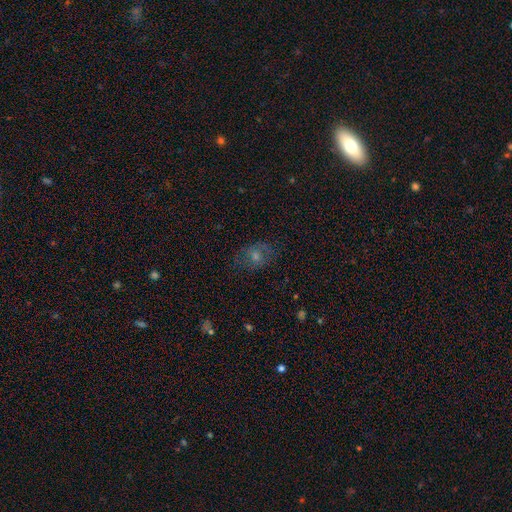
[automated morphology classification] Smooth or featured?
  - smooth: 41% *
  - featured or disk: 34%
  - star or artifact: 26%
Merging?
  - none: 71% *
  - minor disturbance: 18%
  - major disturbance: 10%
  - merger: 2%